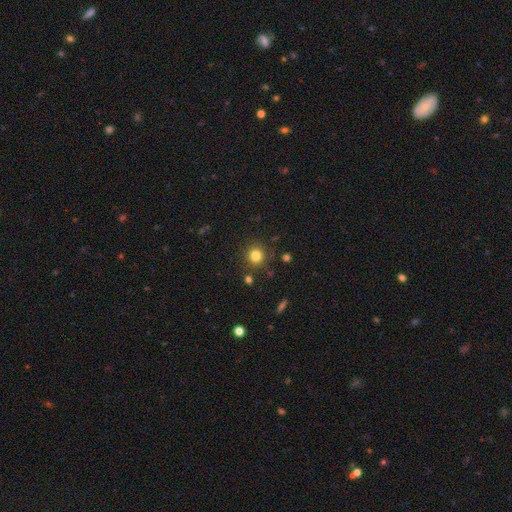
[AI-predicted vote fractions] smooth_or_featured: smooth (p=0.81) [alt: star or artifact p=0.13]
how_rounded: round (p=0.90) [alt: in between p=0.09]
merging: none (p=0.85) [alt: minor disturbance p=0.09]